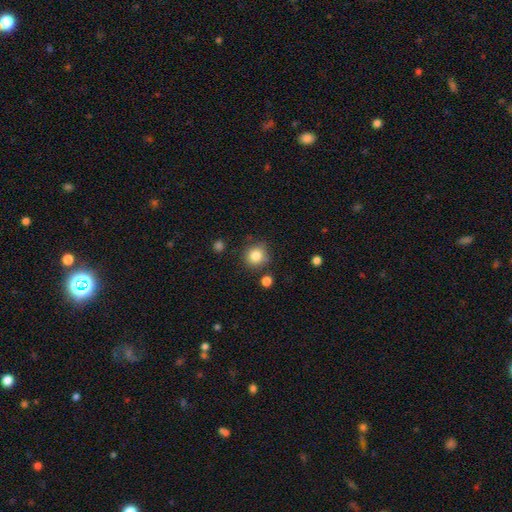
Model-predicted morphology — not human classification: Smooth or featured: smooth — 83% (star or artifact — 11%)
How rounded: round — 88% (in between — 11%)
Merging: none — 80% (minor disturbance — 12%)